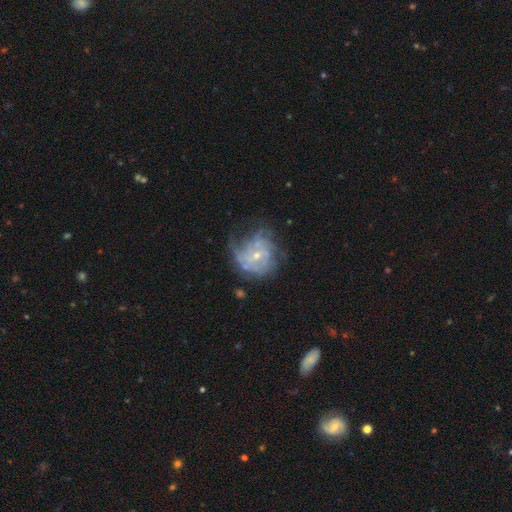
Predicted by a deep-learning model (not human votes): Smooth or featured?
  - featured or disk: 76% *
  - smooth: 15%
  - star or artifact: 10%
Edge-on disk?
  - no: 98% *
  - yes: 2%
Bar?
  - no: 69% *
  - weak: 27%
  - strong: 4%
Spiral arms?
  - yes: 79% *
  - no: 21%
Spiral winding?
  - tight: 49% *
  - medium: 32%
  - loose: 19%
Spiral arm count?
  - can't tell: 49% *
  - 3: 13%
  - 4: 13%
  - 2: 11%
  - more than 4: 8%
  - 1: 6%
Bulge size?
  - small: 72% *
  - moderate: 23%
  - none: 3%
  - large: 1%
  - dominant: 1%
Merging?
  - none: 46% *
  - major disturbance: 27%
  - minor disturbance: 23%
  - merger: 4%